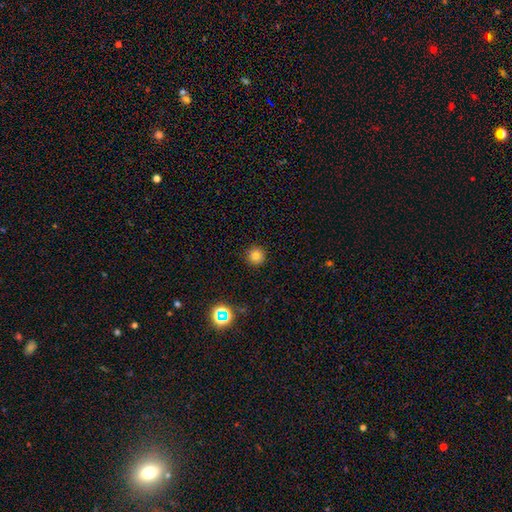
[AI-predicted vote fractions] smooth 80%, star or artifact 14%, featured or disk 5%. Down the decision tree: how rounded — round (95%); merging — none (92%).